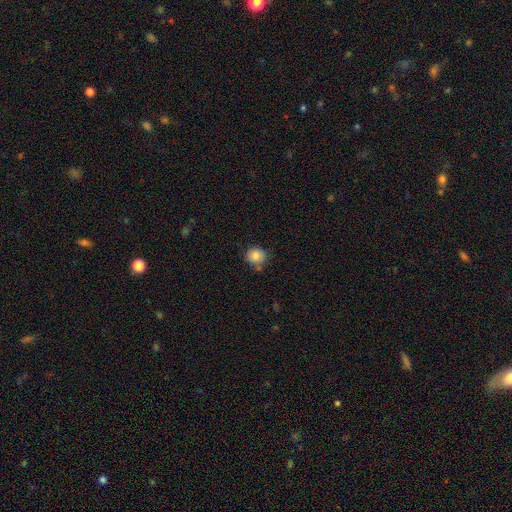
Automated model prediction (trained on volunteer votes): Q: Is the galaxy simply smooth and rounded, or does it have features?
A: smooth — 83%.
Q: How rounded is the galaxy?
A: round — 86%.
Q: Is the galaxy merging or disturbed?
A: none — 77%.